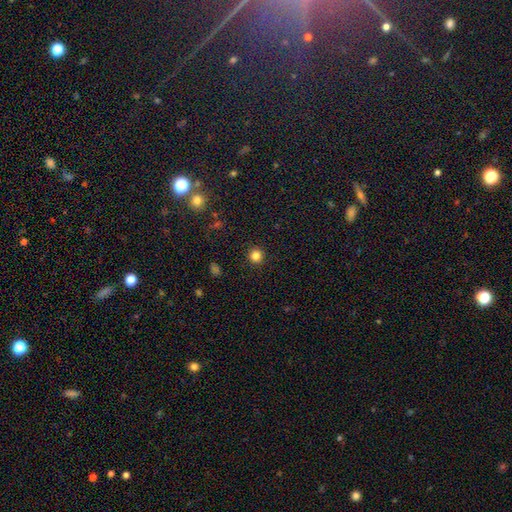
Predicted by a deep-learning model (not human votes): A smooth galaxy with no disk features (82%) that is round (94%). Merging: none (92%).